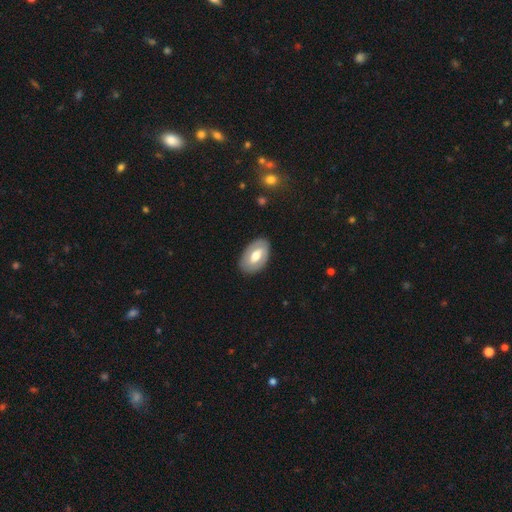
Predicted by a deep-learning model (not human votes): Smooth or featured?
  - smooth: 49% *
  - featured or disk: 46%
  - star or artifact: 6%
Merging?
  - none: 85% *
  - minor disturbance: 11%
  - major disturbance: 3%
  - merger: 1%